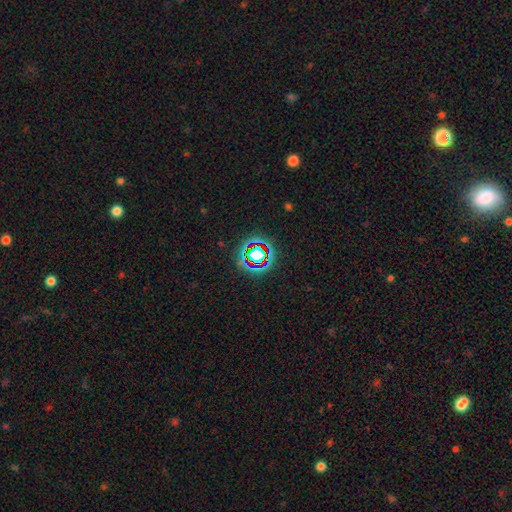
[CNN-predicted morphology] star or artifact 66%, smooth 21%, featured or disk 13%.